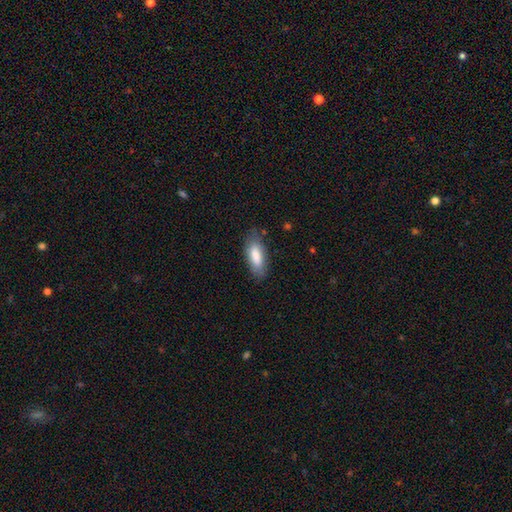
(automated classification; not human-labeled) smooth_or_featured: smooth (p=0.82) [alt: featured or disk p=0.12]
how_rounded: in between (p=0.75) [alt: cigar-shaped p=0.23]
merging: none (p=0.79) [alt: minor disturbance p=0.16]